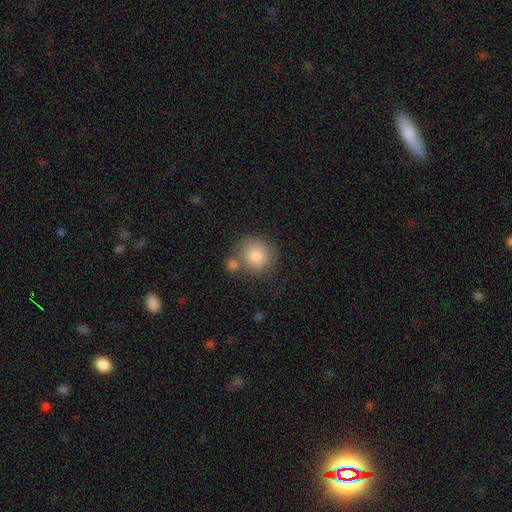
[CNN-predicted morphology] smooth_or_featured: smooth (p=0.83) [alt: featured or disk p=0.09]
how_rounded: round (p=0.85) [alt: in between p=0.14]
merging: none (p=0.61) [alt: merger p=0.21]